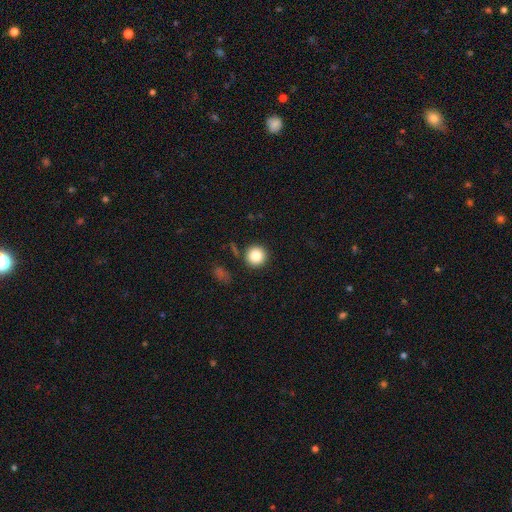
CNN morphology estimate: type=smooth (84%); roundness=round (95%); merging=none (87%).